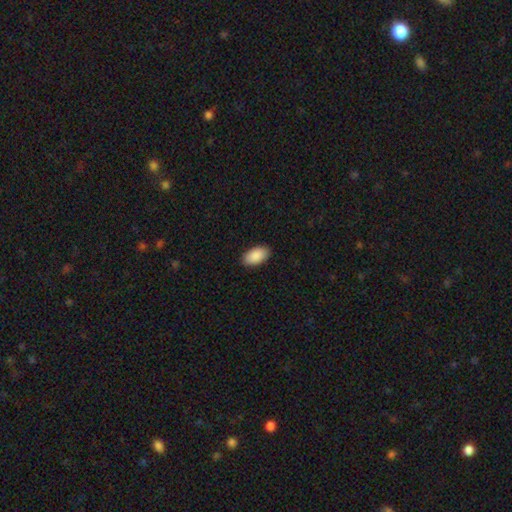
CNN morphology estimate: smooth-or-featured: smooth: 91% | star or artifact: 6% | featured or disk: 4%
  how-rounded: in between: 96% | round: 2% | cigar-shaped: 2%
  merging: none: 89% | minor disturbance: 8% | major disturbance: 2% | merger: 1%